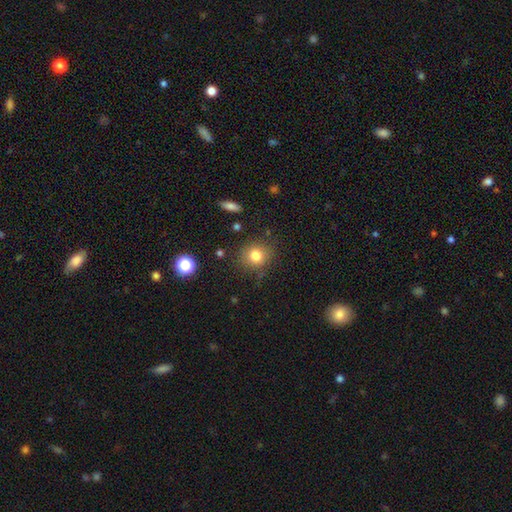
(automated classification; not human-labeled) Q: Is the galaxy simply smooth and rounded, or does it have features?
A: smooth — 80%.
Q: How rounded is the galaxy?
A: round — 79%.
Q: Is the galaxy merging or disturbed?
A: none — 81%.